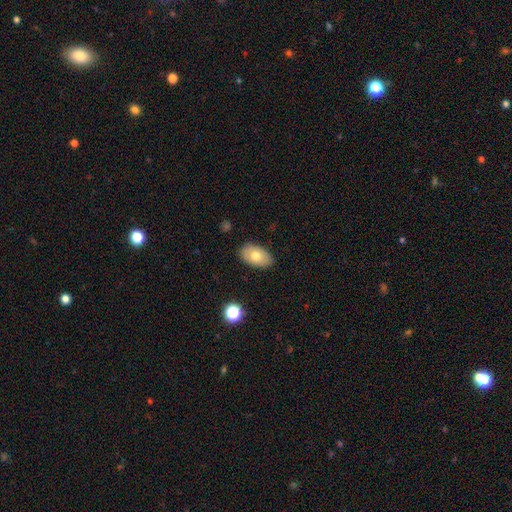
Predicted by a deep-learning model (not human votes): Smooth or featured? Predicted: smooth (p=0.72). How rounded? Predicted: in between (p=0.92). Merging? Predicted: none (p=0.85).